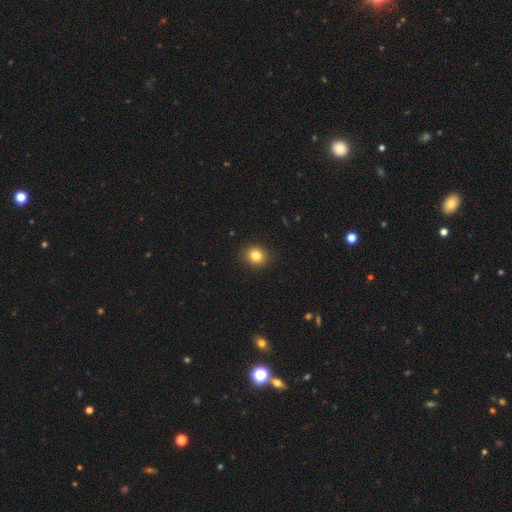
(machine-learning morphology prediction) This appears to be a smooth galaxy with no disk features (82%) that is round (77%). Merging: none (91%).